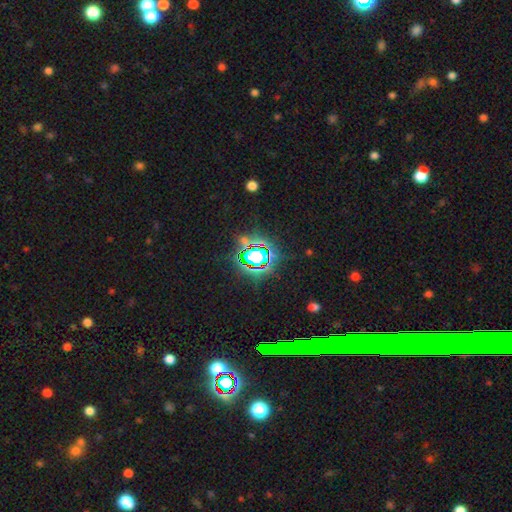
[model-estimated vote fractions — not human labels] The model was most divided on "smooth or featured": star or artifact: 78%, smooth: 13%, featured or disk: 9%.